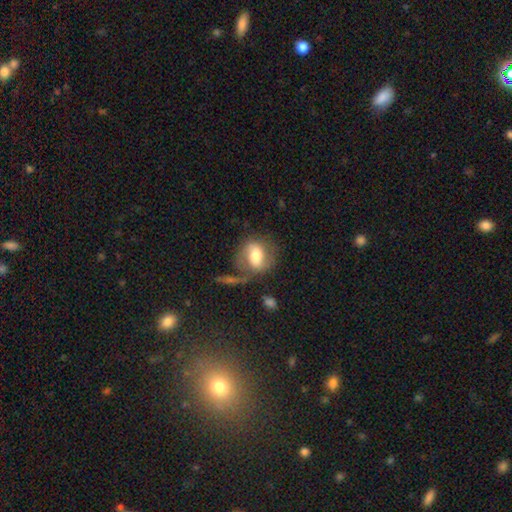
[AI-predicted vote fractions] This is possibly a featured or disk galaxy (47%). Merging: possibly none (54%).